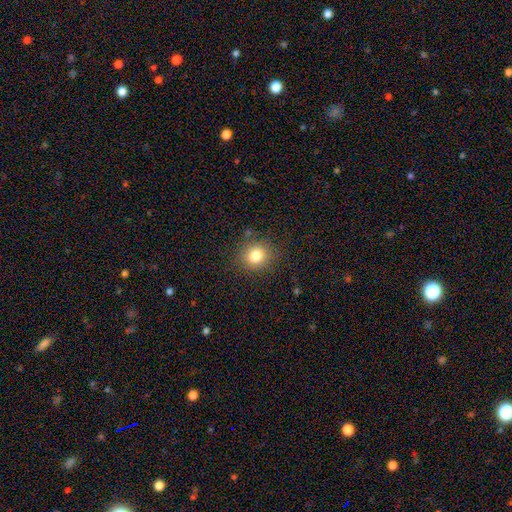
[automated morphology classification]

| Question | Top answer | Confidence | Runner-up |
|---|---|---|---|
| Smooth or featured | smooth | 80% | star or artifact (12%) |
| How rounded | round | 78% | in between (21%) |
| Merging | none | 85% | minor disturbance (10%) |